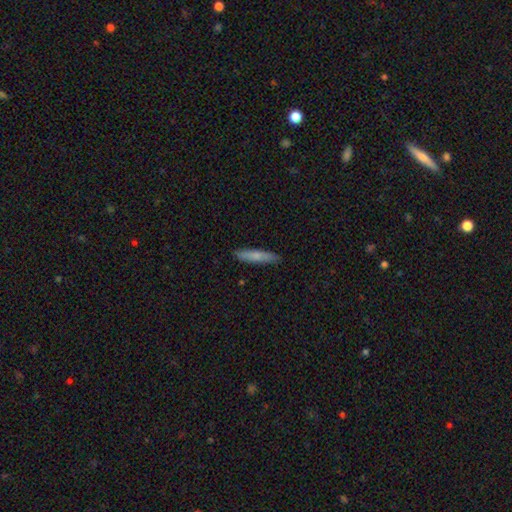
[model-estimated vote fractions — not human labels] Q: Smooth or featured?
A: smooth (74%); runner-up: featured or disk (20%)
Q: How rounded?
A: cigar-shaped (89%); runner-up: in between (10%)
Q: Merging?
A: none (89%); runner-up: minor disturbance (8%)